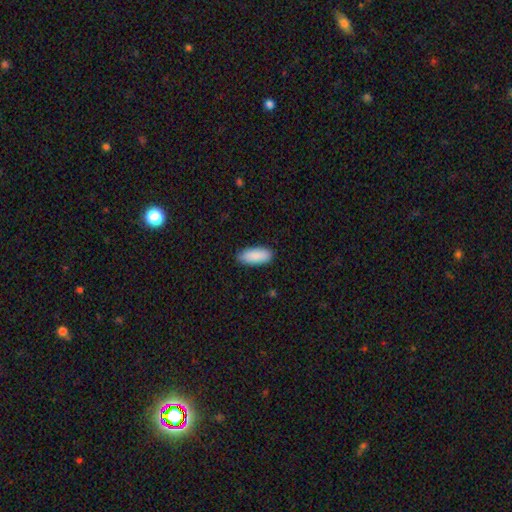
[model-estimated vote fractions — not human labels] Q: Smooth or featured?
A: smooth (90%); runner-up: star or artifact (6%)
Q: How rounded?
A: in between (86%); runner-up: cigar-shaped (13%)
Q: Merging?
A: none (85%); runner-up: minor disturbance (12%)